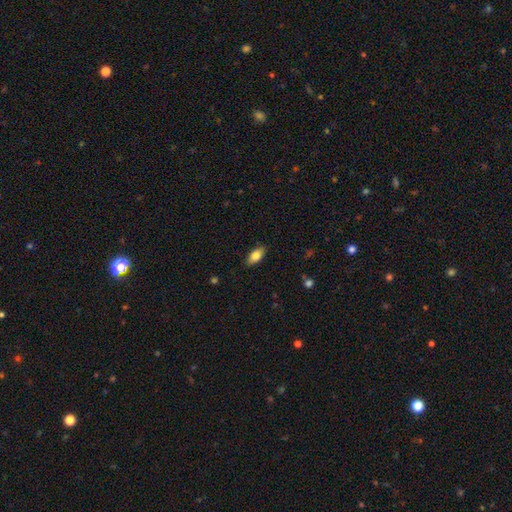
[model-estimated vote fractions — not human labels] smooth-or-featured: smooth: 79% | featured or disk: 15% | star or artifact: 7%
  how-rounded: in between: 87% | cigar-shaped: 9% | round: 3%
  merging: none: 87% | minor disturbance: 10% | major disturbance: 2% | merger: 1%